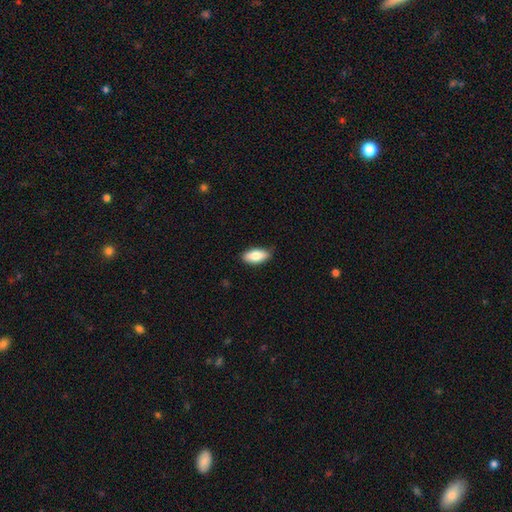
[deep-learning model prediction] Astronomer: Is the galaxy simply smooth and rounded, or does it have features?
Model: smooth — 81%.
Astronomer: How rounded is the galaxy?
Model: in between — 87%.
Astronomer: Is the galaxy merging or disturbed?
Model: none — 83%.